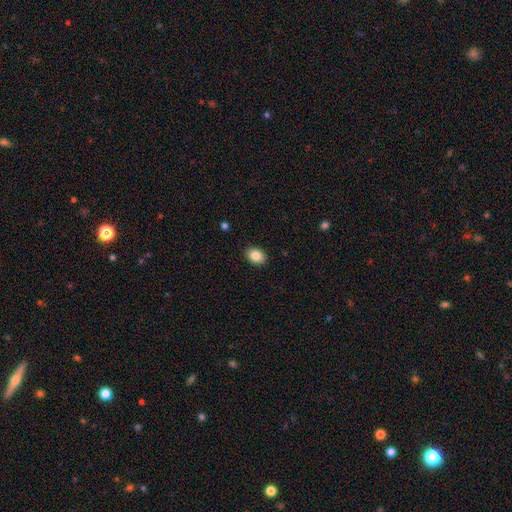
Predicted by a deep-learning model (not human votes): This is clearly a smooth galaxy (85%). How rounded: likely in between (69%). Merging: clearly none (90%).